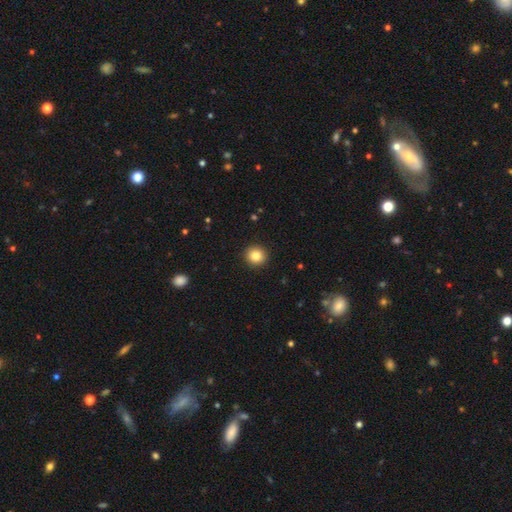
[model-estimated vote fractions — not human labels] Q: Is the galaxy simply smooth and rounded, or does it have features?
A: smooth — 84%.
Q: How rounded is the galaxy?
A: round — 92%.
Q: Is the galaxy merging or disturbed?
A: none — 93%.